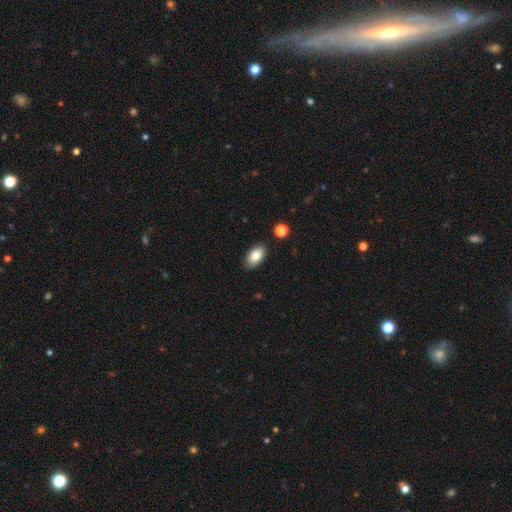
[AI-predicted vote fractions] The model was most divided on "smooth or featured": smooth: 84%, featured or disk: 9%, star or artifact: 7%. More confident: how rounded — in between (93%); merging — none (87%).